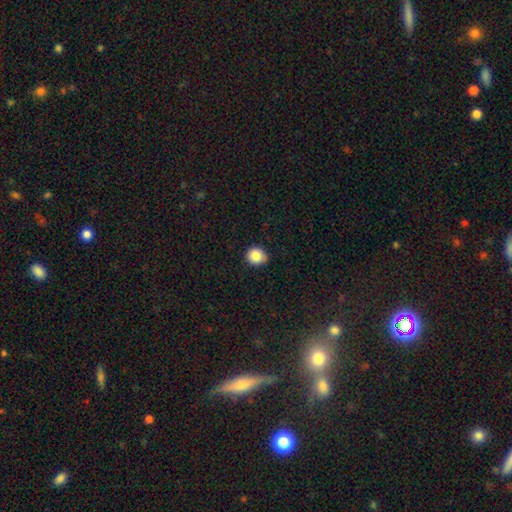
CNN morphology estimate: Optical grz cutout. It shows a smooth galaxy with no disk features (86%) that is round (88%). Merging: none (83%).